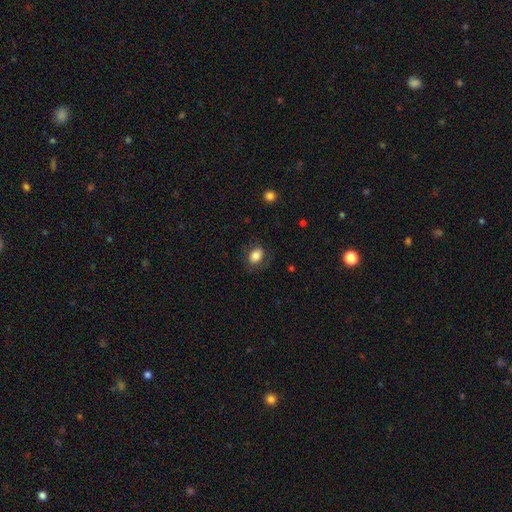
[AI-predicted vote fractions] A smooth galaxy with no disk features (80%) that is in between round and cigar-shaped (77%).

Vote fractions:
- Smooth or featured? smooth: 80% / featured or disk: 12% / star or artifact: 8%
- How rounded? in between: 77% / round: 22% / cigar-shaped: 1%
- Merging? none: 76% / minor disturbance: 15% / major disturbance: 7% / merger: 1%